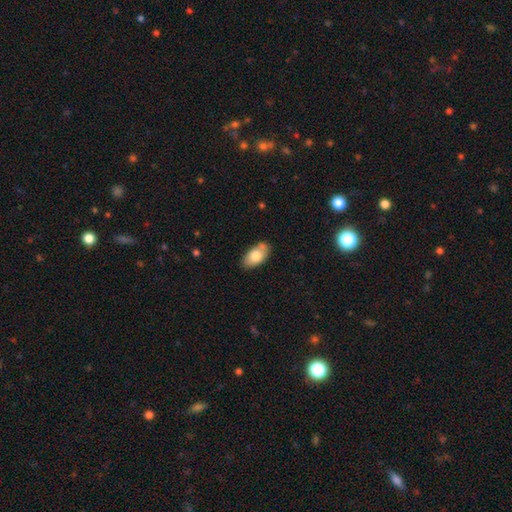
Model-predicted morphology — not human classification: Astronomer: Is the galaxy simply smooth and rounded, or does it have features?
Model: smooth — 76%.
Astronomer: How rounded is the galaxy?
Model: in between — 93%.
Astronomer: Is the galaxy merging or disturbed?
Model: none — 71%.